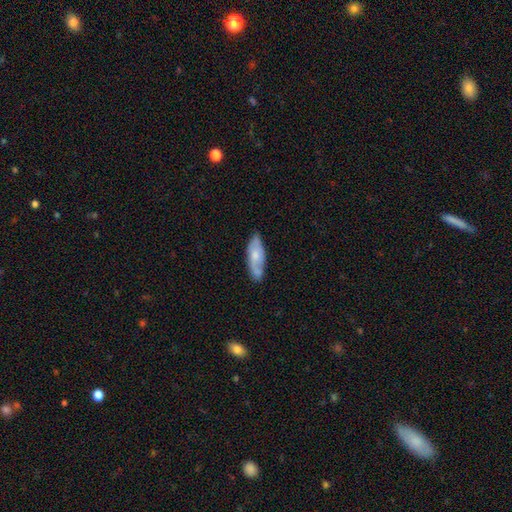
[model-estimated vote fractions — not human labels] A smooth galaxy with no disk features (55%) that is in between round and cigar-shaped (65%). Merging: none (70%).